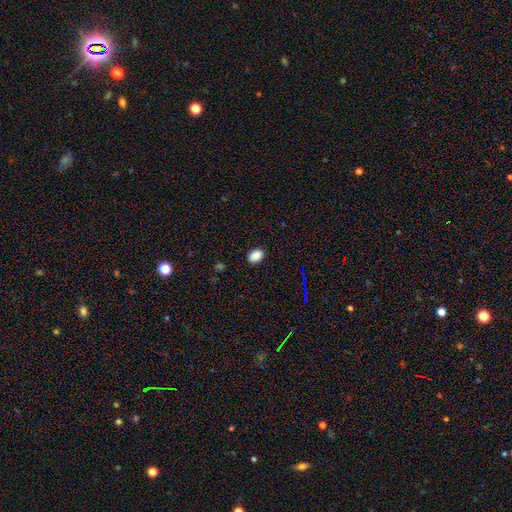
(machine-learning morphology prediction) The model was most divided on "how rounded": in between: 84%, round: 15%, cigar-shaped: 1%. More confident: merging — none (88%); smooth or featured — smooth (88%).